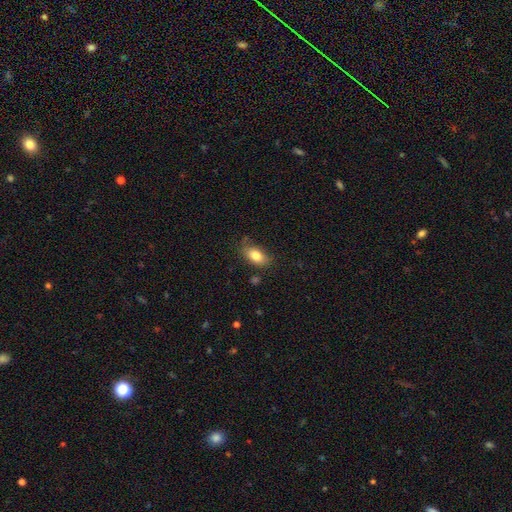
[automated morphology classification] A smooth galaxy with no disk features (81%) that is in between round and cigar-shaped (89%).

Vote fractions:
- Smooth or featured? smooth: 81% / featured or disk: 11% / star or artifact: 8%
- How rounded? in between: 89% / round: 7% / cigar-shaped: 4%
- Merging? none: 73% / minor disturbance: 20% / major disturbance: 5% / merger: 2%